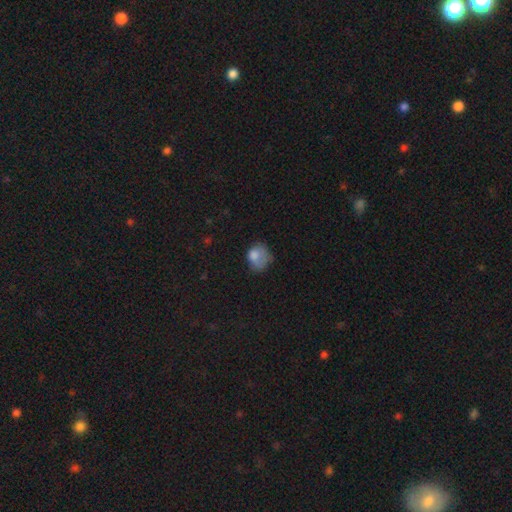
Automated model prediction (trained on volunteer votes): Smooth or featured: smooth — 74% (featured or disk — 15%)
How rounded: round — 55% (in between — 44%)
Merging: none — 35% (minor disturbance — 33%)